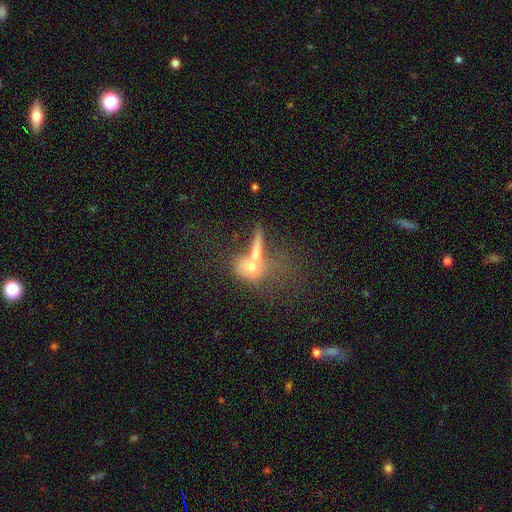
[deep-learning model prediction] smooth_or_featured: smooth (p=0.47) [alt: featured or disk p=0.37]
merging: merger (p=0.49) [alt: none p=0.23]